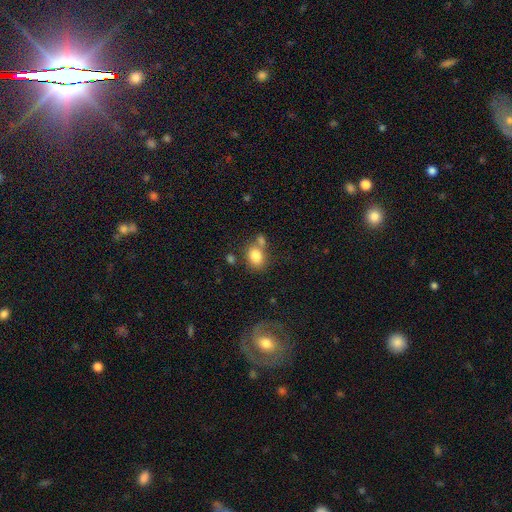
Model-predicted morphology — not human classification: A smooth galaxy with no disk features (82%) that is in between round and cigar-shaped (58%).

Vote fractions:
- Smooth or featured? smooth: 82% / star or artifact: 9% / featured or disk: 9%
- How rounded? in between: 58% / round: 41% / cigar-shaped: 1%
- Merging? none: 54% / merger: 26% / minor disturbance: 14% / major disturbance: 6%